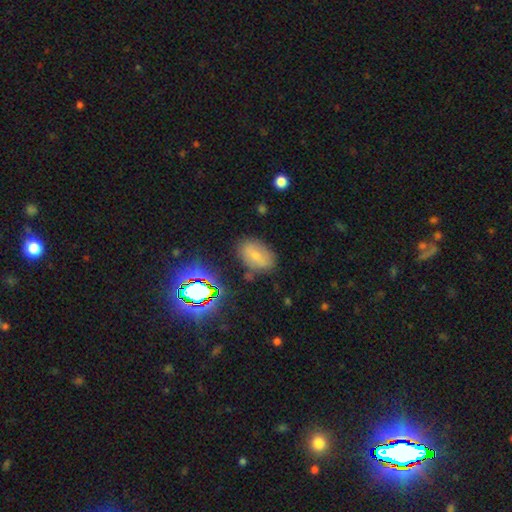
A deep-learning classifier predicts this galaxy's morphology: Smooth or featured: smooth — 65% (featured or disk — 20%)
How rounded: in between — 87% (round — 11%)
Merging: none — 75% (minor disturbance — 17%)